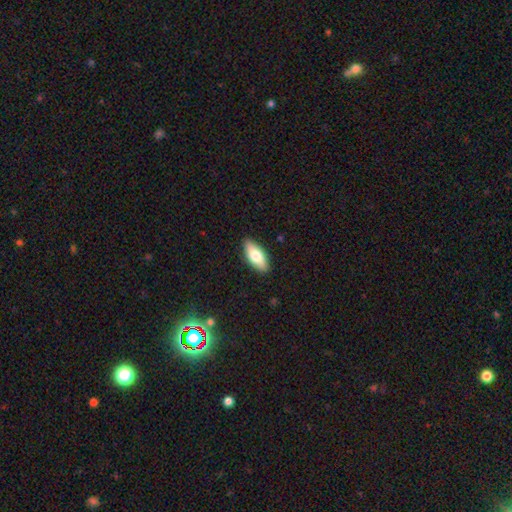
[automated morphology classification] This appears to be a smooth galaxy with no disk features (73%) that is in between round and cigar-shaped (83%). Merging: none (88%).